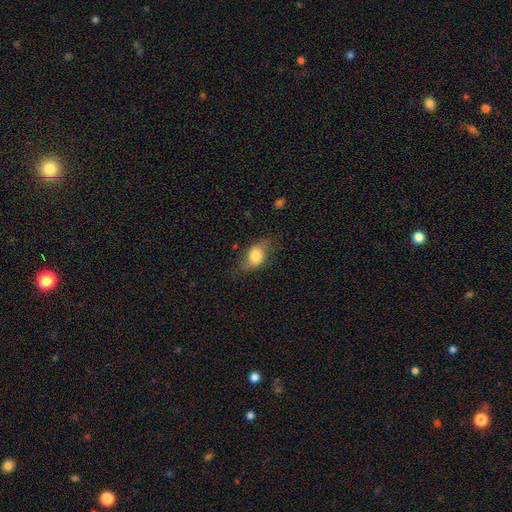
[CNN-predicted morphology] Smooth or featured: smooth — 70% (featured or disk — 22%)
How rounded: in between — 83% (round — 14%)
Merging: none — 64% (minor disturbance — 25%)